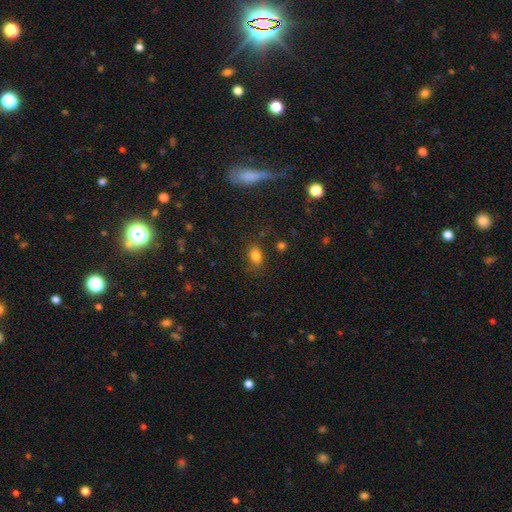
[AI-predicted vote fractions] Smooth or featured?
  - smooth: 82% *
  - star or artifact: 12%
  - featured or disk: 6%
How rounded?
  - in between: 72% *
  - round: 26%
  - cigar-shaped: 2%
Merging?
  - none: 80% *
  - minor disturbance: 14%
  - major disturbance: 4%
  - merger: 2%